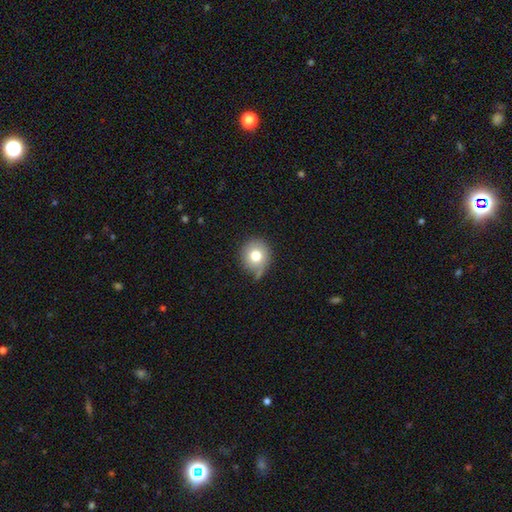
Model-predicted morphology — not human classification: Smooth or featured?
  - smooth: 75% *
  - featured or disk: 14%
  - star or artifact: 11%
How rounded?
  - round: 87% *
  - in between: 12%
  - cigar-shaped: 1%
Merging?
  - none: 63% *
  - minor disturbance: 24%
  - major disturbance: 7%
  - merger: 5%